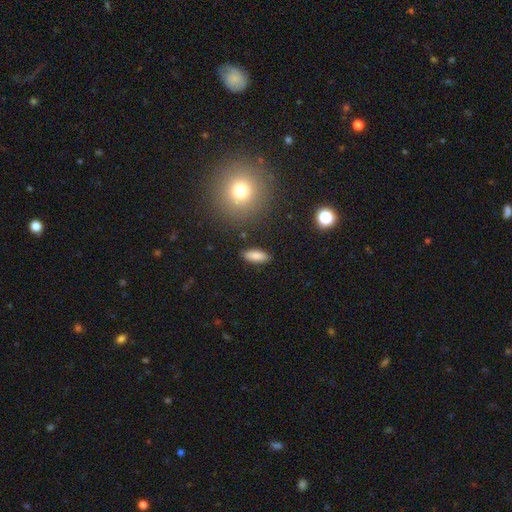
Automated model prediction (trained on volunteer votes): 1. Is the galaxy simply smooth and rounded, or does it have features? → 85% smooth, 8% star or artifact, 7% featured or disk.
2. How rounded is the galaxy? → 76% in between, 22% cigar-shaped, 3% round.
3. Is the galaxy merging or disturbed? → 88% none, 8% minor disturbance, 2% major disturbance, 2% merger.